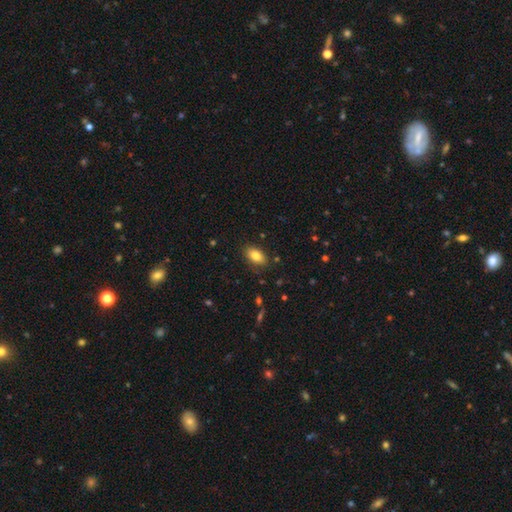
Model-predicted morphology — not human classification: type=smooth (82%); roundness=in between (91%); merging=none (85%).